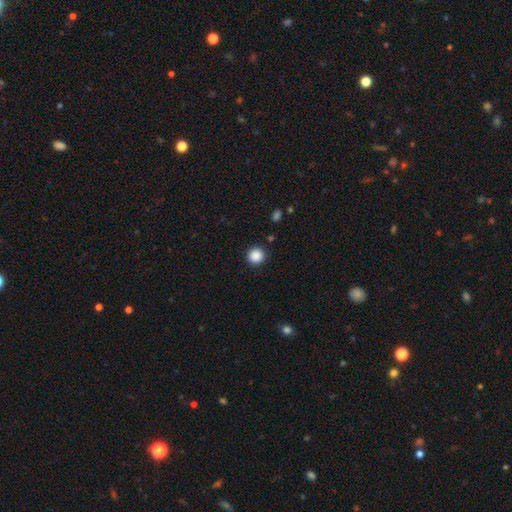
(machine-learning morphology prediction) type=smooth (88%); roundness=round (94%); merging=none (91%).